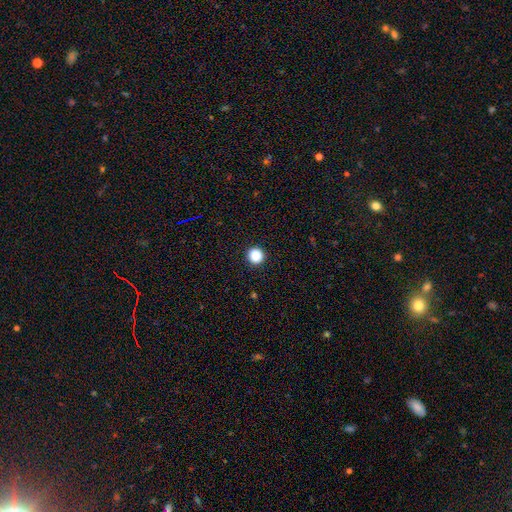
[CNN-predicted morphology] A smooth galaxy with no disk features (88%) that is round (96%).

Vote fractions:
- Smooth or featured? smooth: 88% / star or artifact: 10% / featured or disk: 2%
- How rounded? round: 96% / in between: 3% / cigar-shaped: 1%
- Merging? none: 93% / minor disturbance: 4% / major disturbance: 2% / merger: 1%